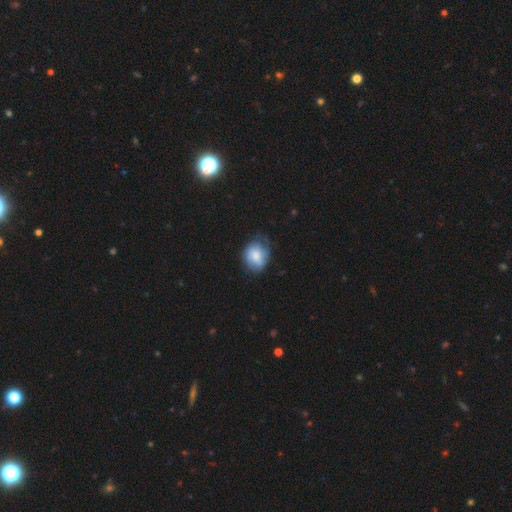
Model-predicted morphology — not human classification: A smooth galaxy with no disk features (68%) that is round (55%). Merging: none (55%).